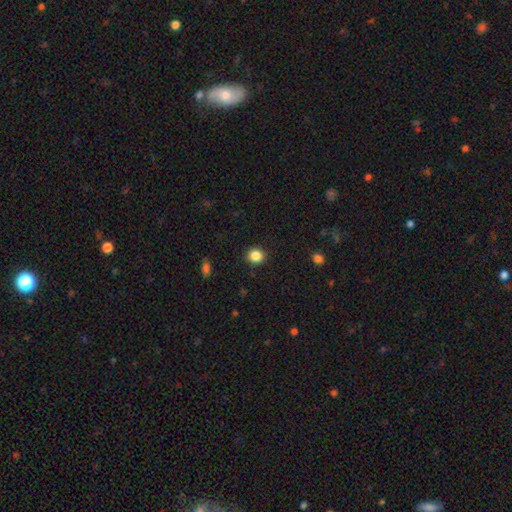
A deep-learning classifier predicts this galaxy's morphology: Smooth or featured? Predicted: smooth (p=0.86). How rounded? Predicted: round (p=0.84). Merging? Predicted: none (p=0.91).